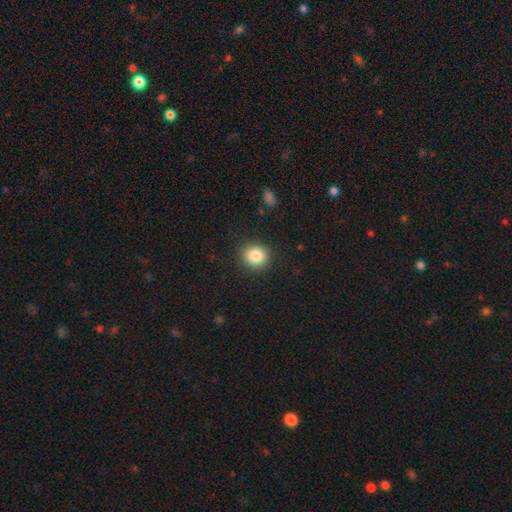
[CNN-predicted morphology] Smooth or featured? Predicted: smooth (p=0.85). How rounded? Predicted: round (p=0.83). Merging? Predicted: none (p=0.89).